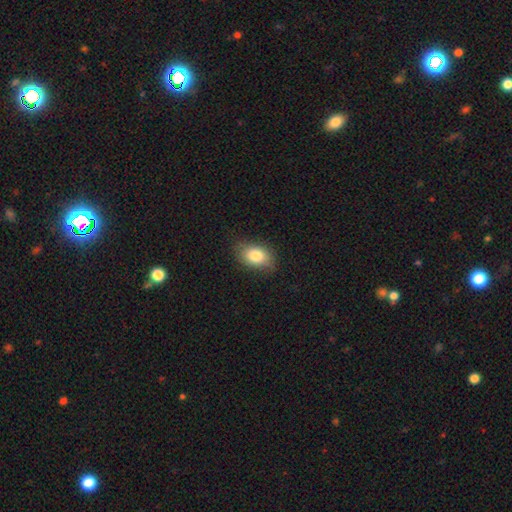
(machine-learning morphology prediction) Smooth or featured: smooth — 81% (featured or disk — 11%)
How rounded: in between — 83% (round — 15%)
Merging: none — 78% (minor disturbance — 17%)